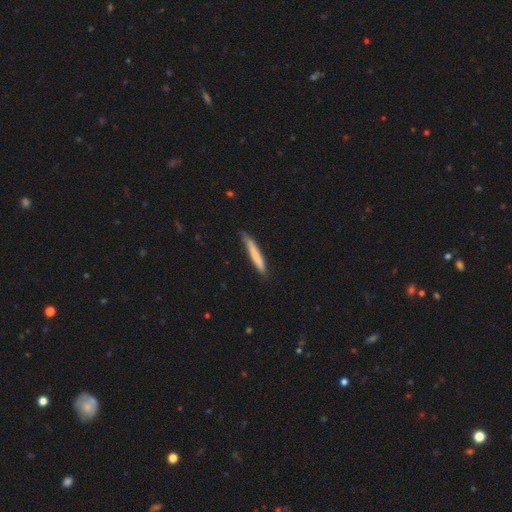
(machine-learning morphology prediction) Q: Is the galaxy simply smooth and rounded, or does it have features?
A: smooth — 71%.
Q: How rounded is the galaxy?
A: cigar-shaped — 94%.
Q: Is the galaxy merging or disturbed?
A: none — 75%.